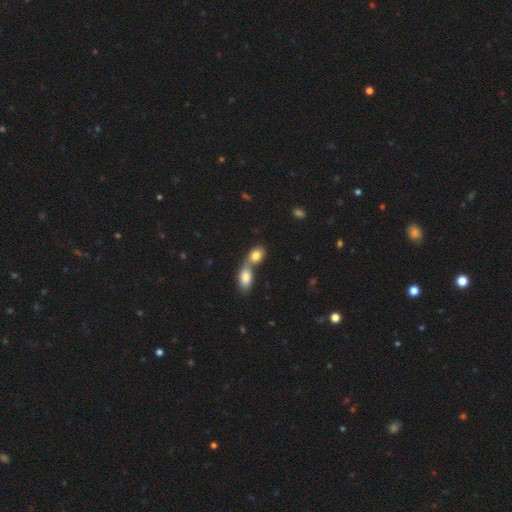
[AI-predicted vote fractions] A smooth galaxy with no disk features (80%) that is in between round and cigar-shaped (75%).

Vote fractions:
- Smooth or featured? smooth: 80% / featured or disk: 12% / star or artifact: 8%
- How rounded? in between: 75% / round: 21% / cigar-shaped: 3%
- Merging? merger: 72% / none: 20% / minor disturbance: 5% / major disturbance: 3%